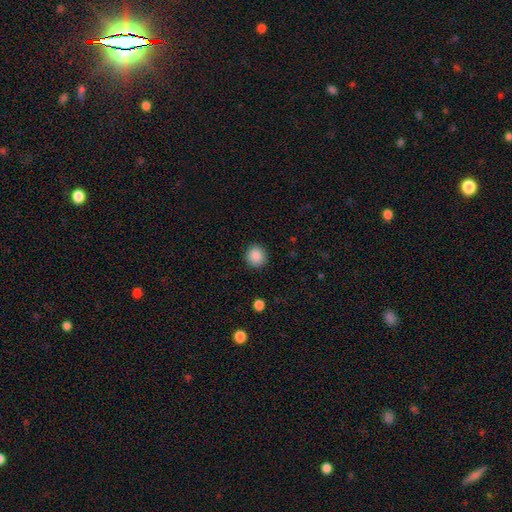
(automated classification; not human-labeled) Smooth or featured? smooth (88%)
How rounded? round (91%)
Merging? none (90%)